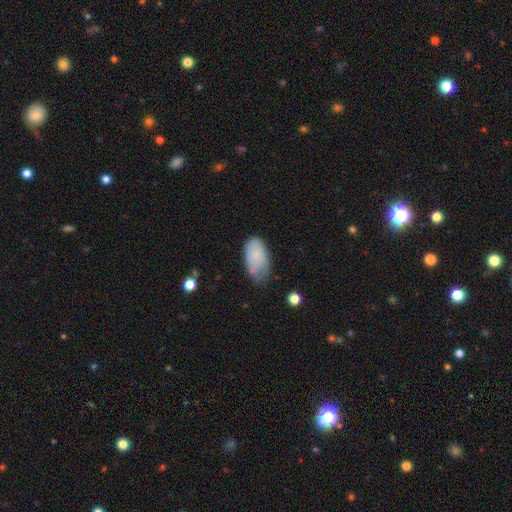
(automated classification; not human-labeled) A smooth galaxy with no disk features (80%) that is in between round and cigar-shaped (94%). Merging: none (46%).